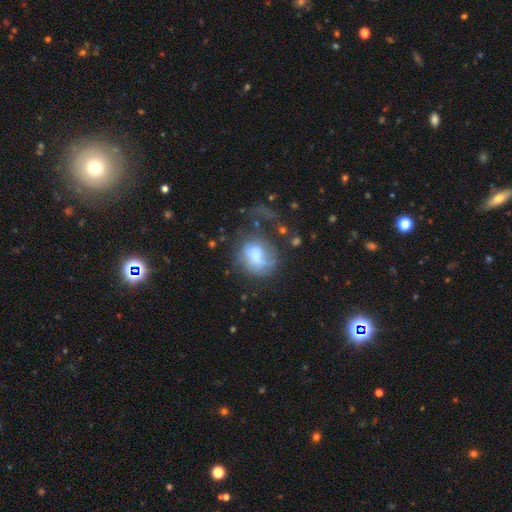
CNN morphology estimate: Smooth or featured? smooth (54%)
How rounded? round (62%)
Merging? major disturbance (43%)